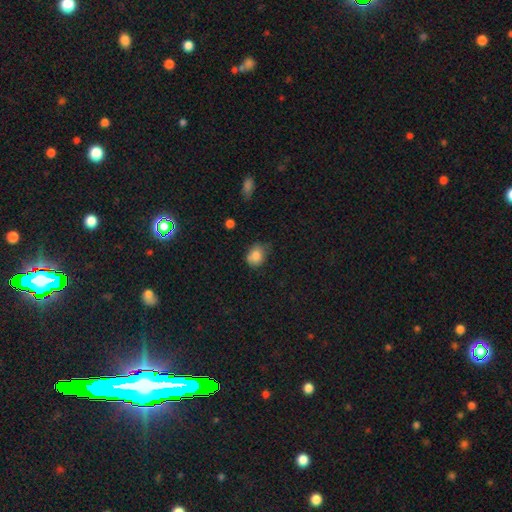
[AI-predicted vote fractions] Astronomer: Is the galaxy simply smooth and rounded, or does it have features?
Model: smooth — 80%.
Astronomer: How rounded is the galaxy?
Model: round — 53% (runner-up: in between, 46%).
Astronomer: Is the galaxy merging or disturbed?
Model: none — 55% (runner-up: minor disturbance, 35%).